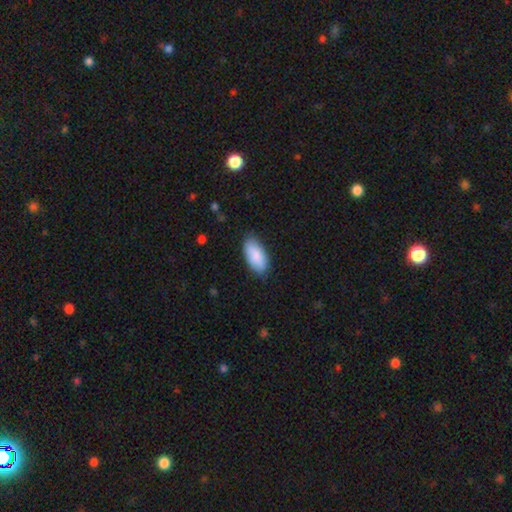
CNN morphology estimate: A smooth galaxy with no disk features (88%) that is in between round and cigar-shaped (93%).

Vote fractions:
- Smooth or featured? smooth: 88% / featured or disk: 6% / star or artifact: 6%
- How rounded? in between: 93% / cigar-shaped: 5% / round: 2%
- Merging? none: 81% / minor disturbance: 15% / major disturbance: 3% / merger: 1%